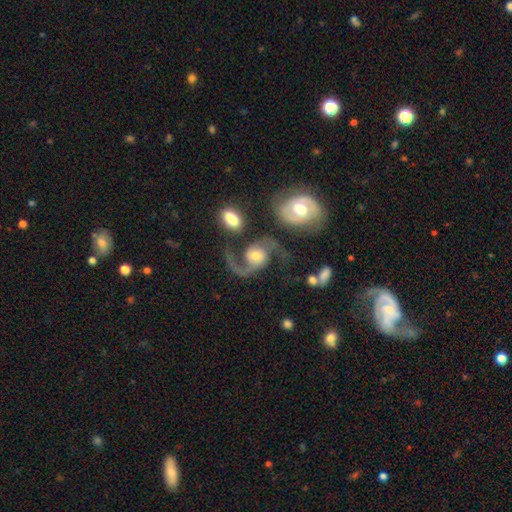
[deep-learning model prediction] Smooth or featured?
  - featured or disk: 88% *
  - smooth: 7%
  - star or artifact: 5%
Edge-on disk?
  - no: 98% *
  - yes: 2%
Bar?
  - no: 60% *
  - weak: 31%
  - strong: 9%
Spiral arms?
  - yes: 97% *
  - no: 3%
Spiral winding?
  - loose: 58% *
  - medium: 36%
  - tight: 6%
Spiral arm count?
  - 2: 89% *
  - 1: 6%
  - can't tell: 2%
  - 3: 1%
  - 4: 1%
  - more than 4: 1%
Bulge size?
  - moderate: 61% *
  - small: 20%
  - large: 15%
  - dominant: 2%
  - none: 2%
Merging?
  - none: 55% *
  - major disturbance: 18%
  - minor disturbance: 15%
  - merger: 12%